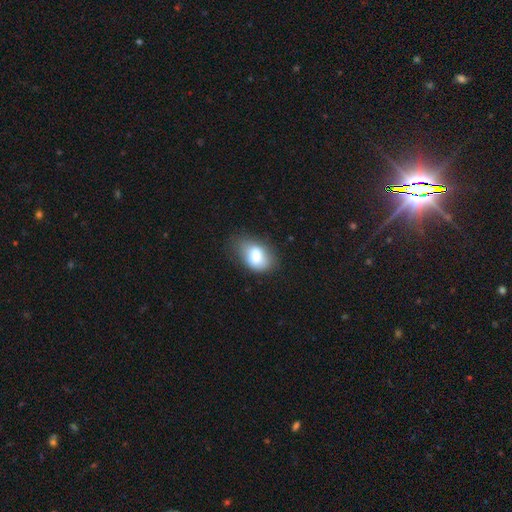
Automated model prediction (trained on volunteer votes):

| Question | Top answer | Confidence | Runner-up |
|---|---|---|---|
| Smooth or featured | smooth | 77% | featured or disk (15%) |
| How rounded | in between | 84% | round (15%) |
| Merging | none | 52% | minor disturbance (33%) |